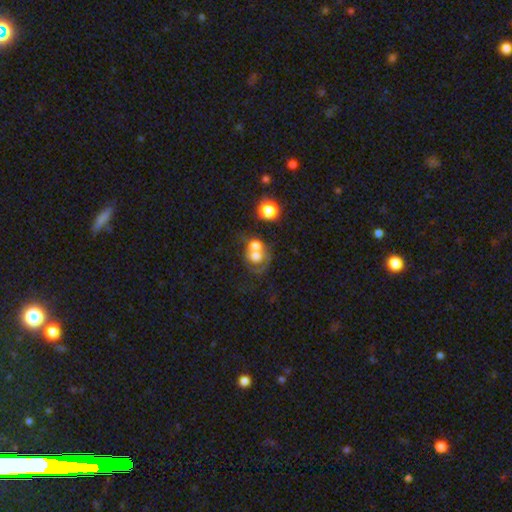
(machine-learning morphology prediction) smooth_or_featured: smooth (p=0.57) [alt: featured or disk p=0.32]
how_rounded: round (p=0.71) [alt: in between p=0.28]
merging: merger (p=0.62) [alt: none p=0.22]